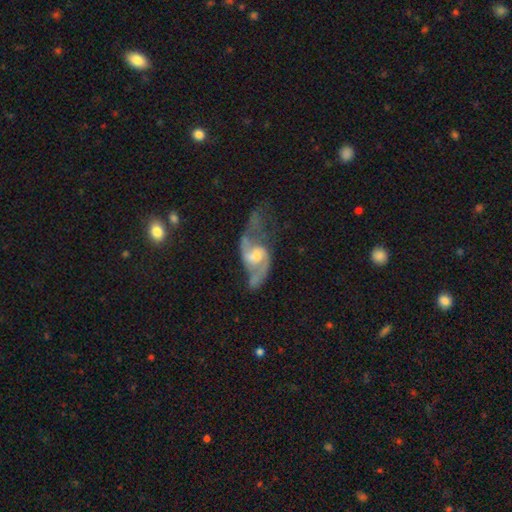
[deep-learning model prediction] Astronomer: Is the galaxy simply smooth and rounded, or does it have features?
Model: featured or disk — 86%.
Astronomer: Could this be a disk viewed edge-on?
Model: no — 97%.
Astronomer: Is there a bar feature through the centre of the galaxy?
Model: weak — 48% (runner-up: no, 38%).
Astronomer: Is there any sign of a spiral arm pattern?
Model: yes — 93%.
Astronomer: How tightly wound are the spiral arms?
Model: loose — 60%.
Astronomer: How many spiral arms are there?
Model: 2 — 90%.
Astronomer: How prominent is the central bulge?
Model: small — 44% (runner-up: moderate, 43%).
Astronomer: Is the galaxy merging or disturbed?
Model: none — 41% (runner-up: major disturbance, 33%).